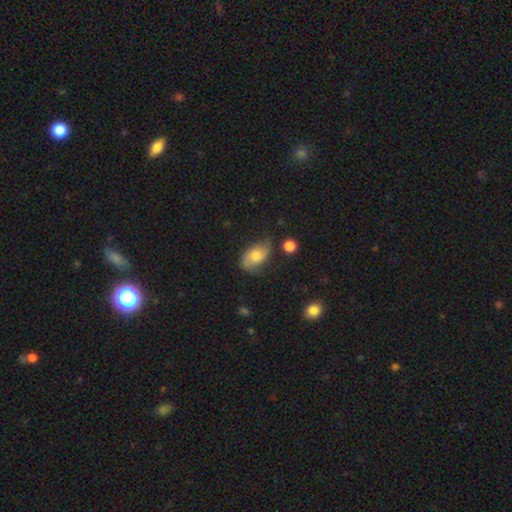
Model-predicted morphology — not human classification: Q: Smooth or featured?
A: smooth (52%); runner-up: featured or disk (40%)
Q: How rounded?
A: in between (87%); runner-up: round (10%)
Q: Merging?
A: none (58%); runner-up: minor disturbance (29%)